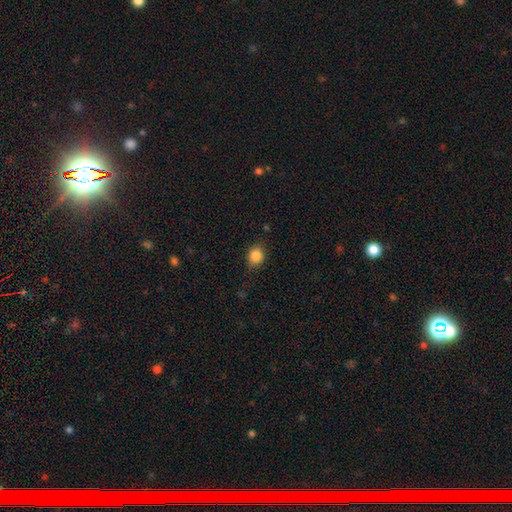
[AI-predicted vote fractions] Smooth or featured: smooth — 85% (star or artifact — 10%)
How rounded: round — 64% (in between — 35%)
Merging: none — 83% (minor disturbance — 13%)